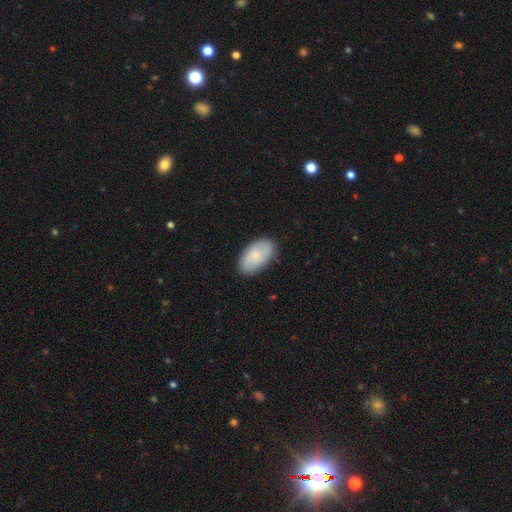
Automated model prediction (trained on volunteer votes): A smooth galaxy with no disk features (68%) that is in between round and cigar-shaped (94%).

Vote fractions:
- Smooth or featured? smooth: 68% / featured or disk: 26% / star or artifact: 6%
- How rounded? in between: 94% / round: 4% / cigar-shaped: 2%
- Merging? none: 83% / minor disturbance: 13% / major disturbance: 3% / merger: 1%